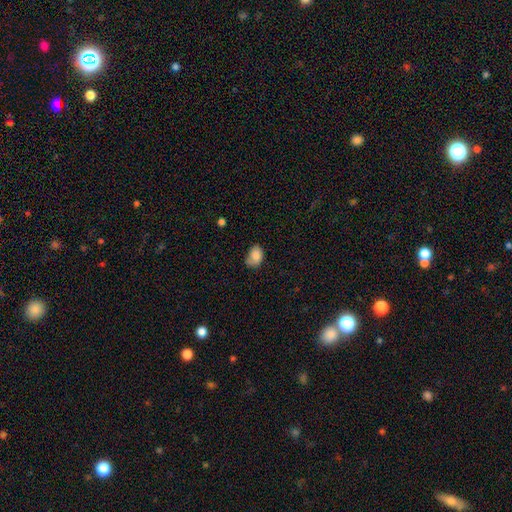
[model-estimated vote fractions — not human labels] Smooth or featured? Predicted: smooth (p=0.85). How rounded? Predicted: in between (p=0.76). Merging? Predicted: none (p=0.54).